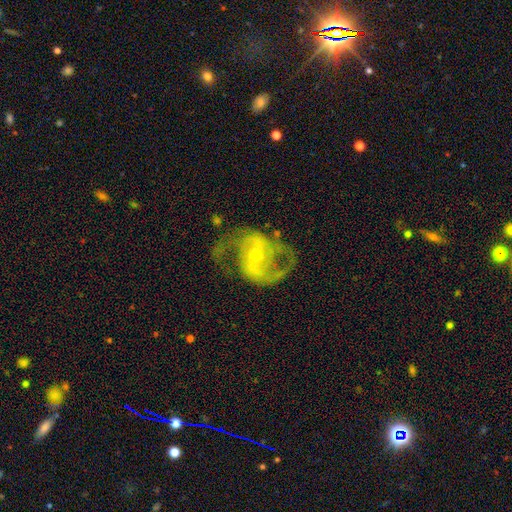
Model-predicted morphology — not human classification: smooth-or-featured: featured or disk: 89% | smooth: 6% | star or artifact: 6%
  disk-edge-on: no: 97% | yes: 3%
    bar: weak: 46% | no: 29% | strong: 25%
    has-spiral-arms: yes: 94% | no: 6%
      spiral-winding: medium: 56% | loose: 30% | tight: 14%
      spiral-arm-count: 2: 89% | can't tell: 4% | 3: 2% | 1: 2% | 4: 1% | more than 4: 1%
    bulge-size: small: 58% | moderate: 38% | large: 2% | none: 2% | dominant: 1%
  merging: none: 64% | minor disturbance: 18% | major disturbance: 17% | merger: 2%